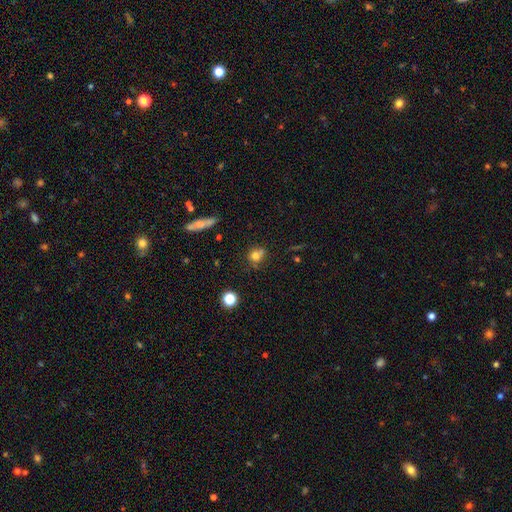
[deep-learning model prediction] Smooth or featured? smooth (75%)
How rounded? round (75%)
Merging? none (61%)